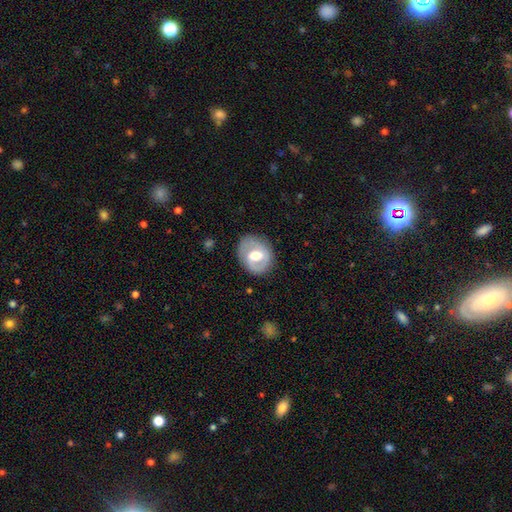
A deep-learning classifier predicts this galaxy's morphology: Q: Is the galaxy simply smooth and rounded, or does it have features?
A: featured or disk — 57%.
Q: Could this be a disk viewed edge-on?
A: no — 95%.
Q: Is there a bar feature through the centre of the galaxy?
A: weak — 45%.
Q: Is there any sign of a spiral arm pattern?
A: yes — 54%.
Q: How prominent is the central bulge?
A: moderate — 66%.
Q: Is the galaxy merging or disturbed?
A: none — 78%.